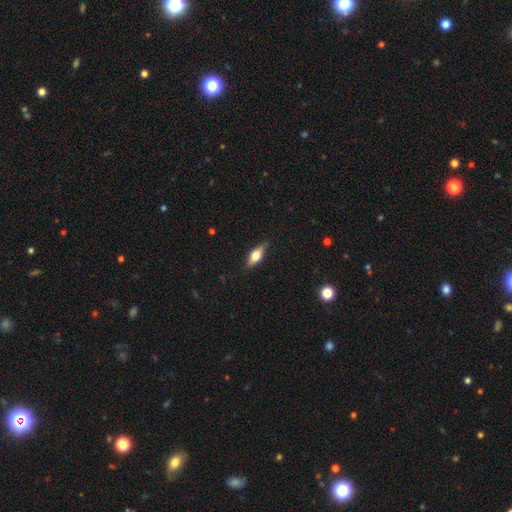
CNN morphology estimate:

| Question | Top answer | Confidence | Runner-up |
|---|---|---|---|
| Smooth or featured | smooth | 51% | featured or disk (42%) |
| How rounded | in between | 66% | cigar-shaped (30%) |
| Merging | none | 83% | minor disturbance (13%) |